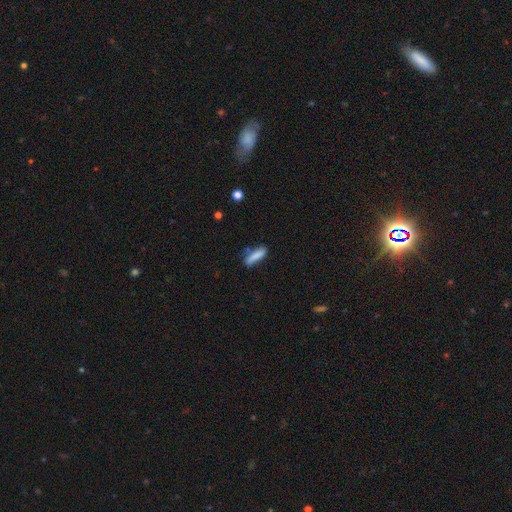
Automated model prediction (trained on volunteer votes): Smooth or featured?
  - smooth: 82% *
  - featured or disk: 11%
  - star or artifact: 7%
How rounded?
  - cigar-shaped: 71% *
  - in between: 28%
  - round: 2%
Merging?
  - none: 65% *
  - minor disturbance: 23%
  - merger: 6%
  - major disturbance: 6%